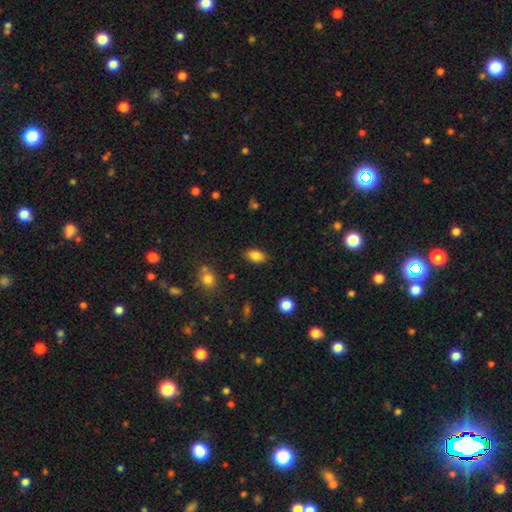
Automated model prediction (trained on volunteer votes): Overall: smooth (86%). How rounded: in between (90%). Merging: none (86%).